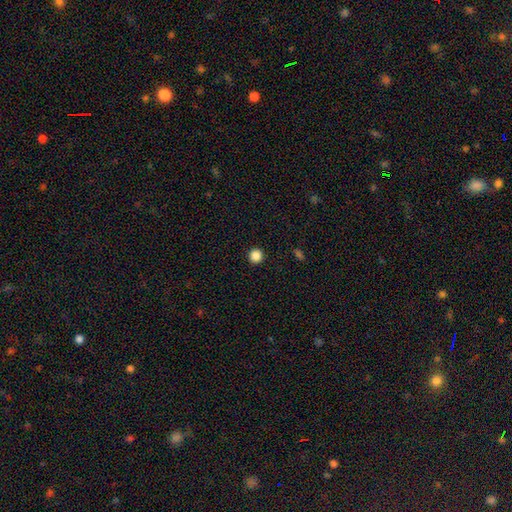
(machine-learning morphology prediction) Smooth or featured? smooth (87%)
How rounded? round (96%)
Merging? none (94%)